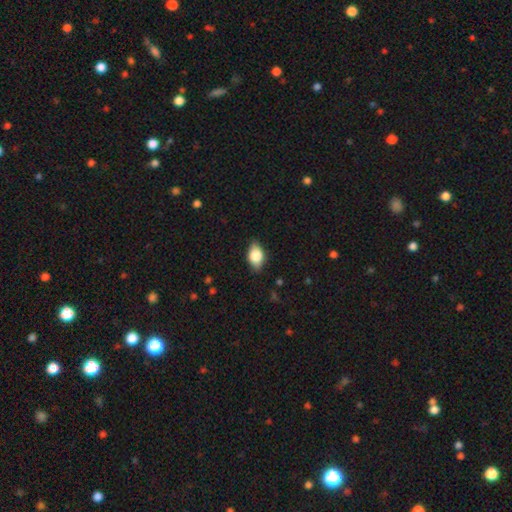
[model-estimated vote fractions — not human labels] smooth_or_featured: smooth (p=0.74) [alt: featured or disk p=0.19]
how_rounded: in between (p=0.84) [alt: round p=0.13]
merging: none (p=0.81) [alt: minor disturbance p=0.15]